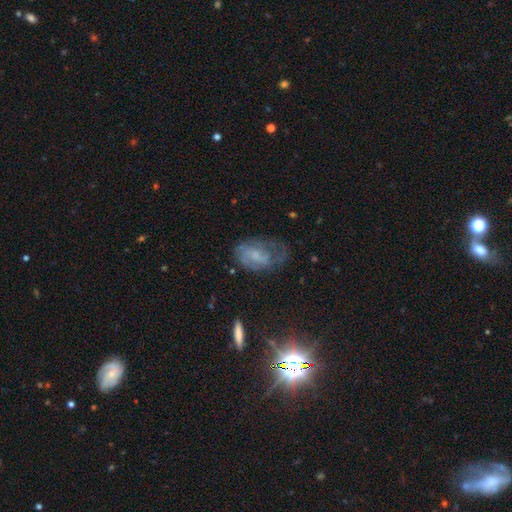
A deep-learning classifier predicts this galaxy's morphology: Smooth or featured?
  - featured or disk: 58% *
  - smooth: 31%
  - star or artifact: 11%
Edge-on disk?
  - no: 95% *
  - yes: 5%
Bar?
  - no: 56% *
  - weak: 37%
  - strong: 7%
Spiral arms?
  - yes: 75% *
  - no: 25%
Bulge size?
  - small: 39% *
  - none: 30%
  - moderate: 26%
  - large: 4%
  - dominant: 1%
Merging?
  - none: 47% *
  - minor disturbance: 27%
  - major disturbance: 24%
  - merger: 2%